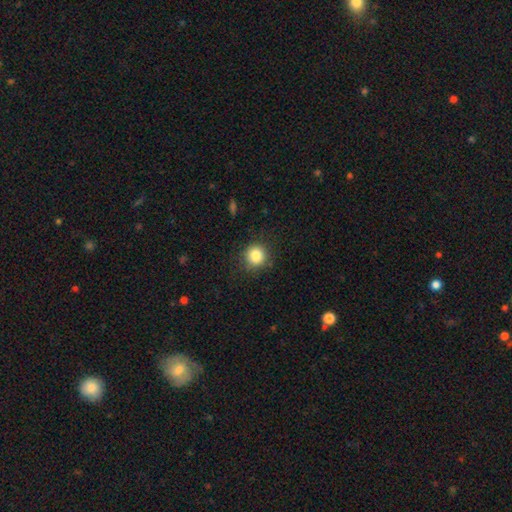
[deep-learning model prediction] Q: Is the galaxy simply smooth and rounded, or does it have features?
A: smooth — 84%.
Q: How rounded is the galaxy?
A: round — 92%.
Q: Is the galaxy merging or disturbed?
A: none — 87%.